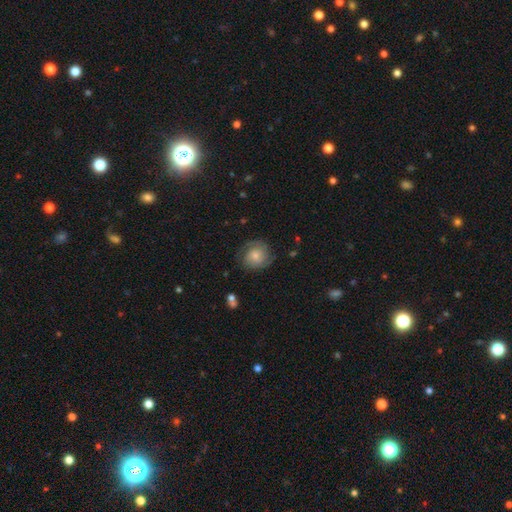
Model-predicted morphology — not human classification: A featured or disk galaxy (57%) with no bar (78%), spiral arms (88%) and a moderate central bulge (45%). Merging: none (74%).